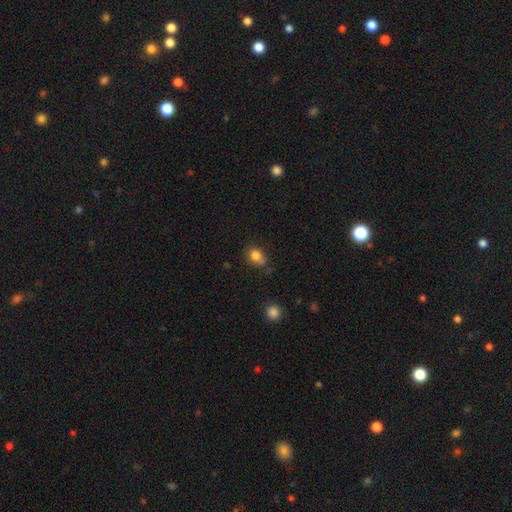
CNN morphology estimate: Q: Smooth or featured?
A: smooth (81%); runner-up: star or artifact (11%)
Q: How rounded?
A: round (54%); runner-up: in between (44%)
Q: Merging?
A: none (55%); runner-up: minor disturbance (24%)